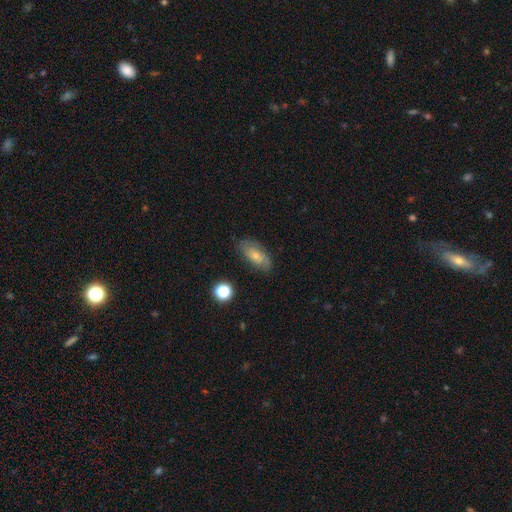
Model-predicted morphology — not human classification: smooth_or_featured: smooth (p=0.45) [alt: featured or disk p=0.44]
merging: none (p=0.81) [alt: minor disturbance p=0.14]